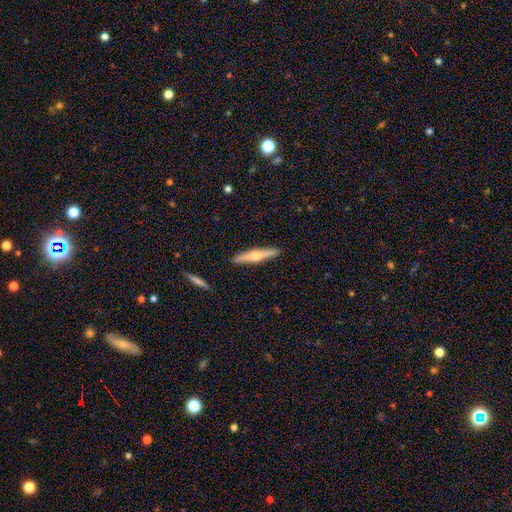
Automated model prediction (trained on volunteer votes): Morphology: type=featured or disk (57%); edge-on=yes (96%); edge-on bulge=rounded (90%); merging=none (91%).